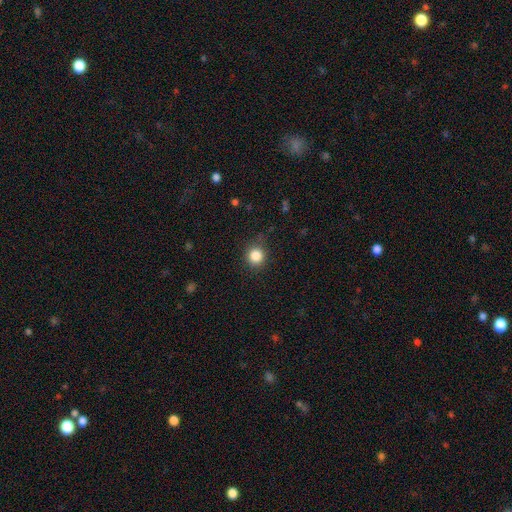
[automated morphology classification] smooth 85%, star or artifact 11%, featured or disk 4%. Down the decision tree: how rounded — round (90%); merging — none (83%).